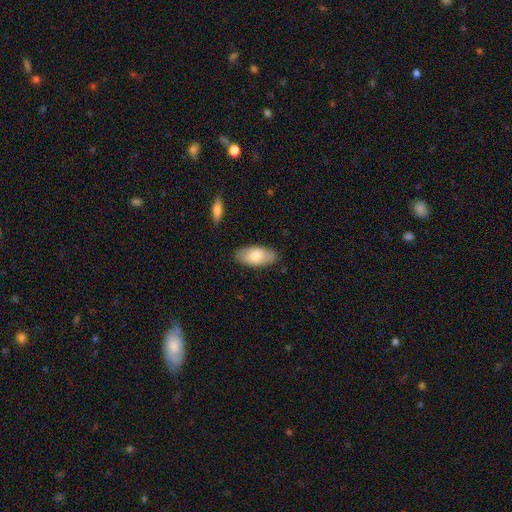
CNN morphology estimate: A smooth galaxy with no disk features (72%) that is in between round and cigar-shaped (93%). Merging: none (82%).